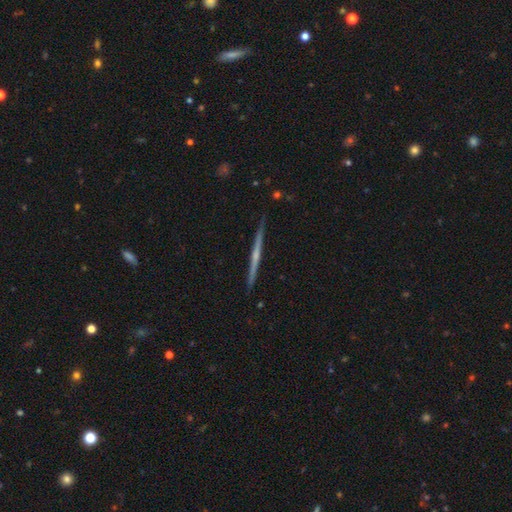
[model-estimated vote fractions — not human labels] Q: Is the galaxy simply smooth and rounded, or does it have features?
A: featured or disk — 72%.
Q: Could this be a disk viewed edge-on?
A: yes — 98%.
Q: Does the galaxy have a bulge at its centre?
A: none — 55%.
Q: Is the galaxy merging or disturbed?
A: none — 91%.